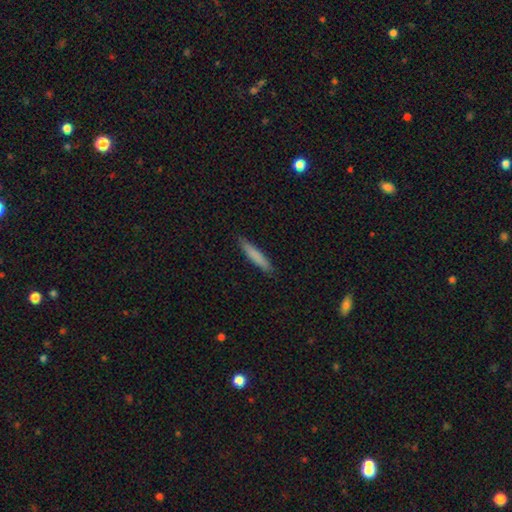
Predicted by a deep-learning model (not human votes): The model was most divided on "smooth or featured": smooth: 81%, featured or disk: 13%, star or artifact: 6%. More confident: how rounded — cigar-shaped (91%); merging — none (88%).